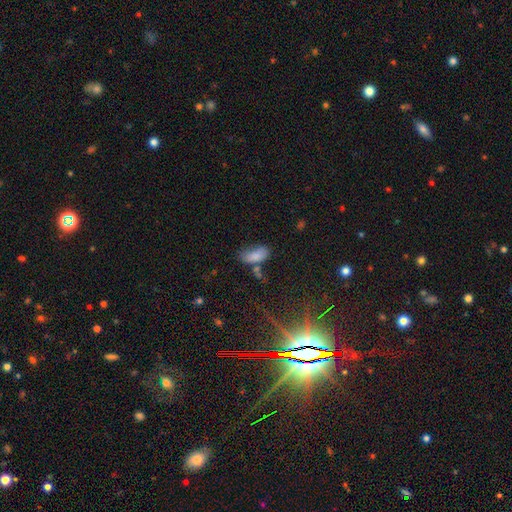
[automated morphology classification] Q: Smooth or featured?
A: smooth (81%); runner-up: star or artifact (10%)
Q: How rounded?
A: in between (88%); runner-up: cigar-shaped (9%)
Q: Merging?
A: none (44%); runner-up: minor disturbance (27%)